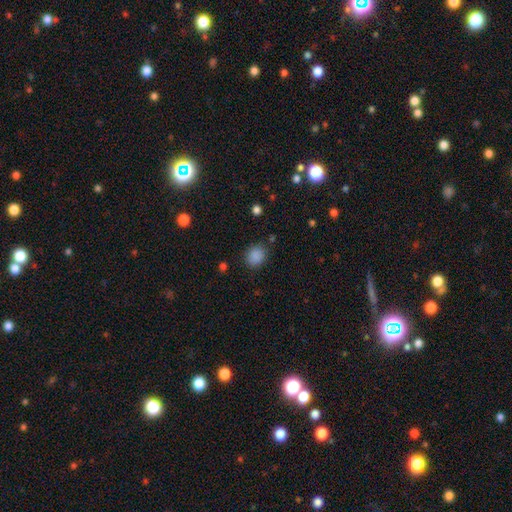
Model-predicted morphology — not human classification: smooth-or-featured: smooth: 86% | star or artifact: 10% | featured or disk: 3%
  how-rounded: round: 61% | in between: 38% | cigar-shaped: 1%
  merging: none: 82% | minor disturbance: 12% | major disturbance: 4% | merger: 2%